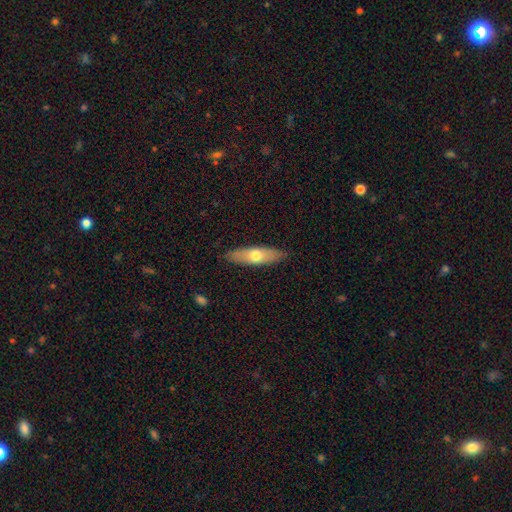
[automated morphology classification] This appears to be a smooth galaxy with no disk features (58%) that is cigar-shaped (52%). Merging: none (87%).